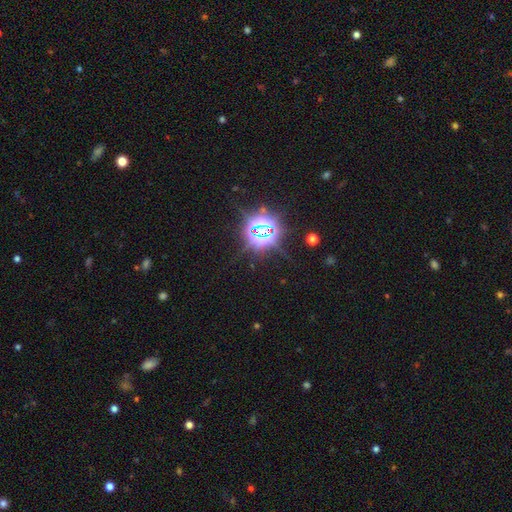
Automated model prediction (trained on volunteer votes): Smooth or featured?
  - star or artifact: 79% *
  - smooth: 16%
  - featured or disk: 5%